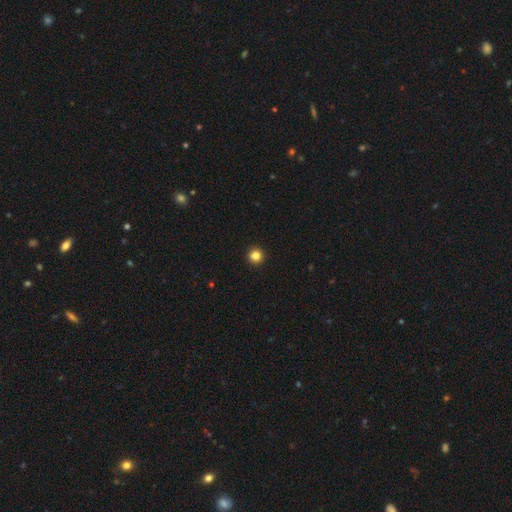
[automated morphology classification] Smooth or featured? smooth (83%)
How rounded? round (95%)
Merging? none (94%)